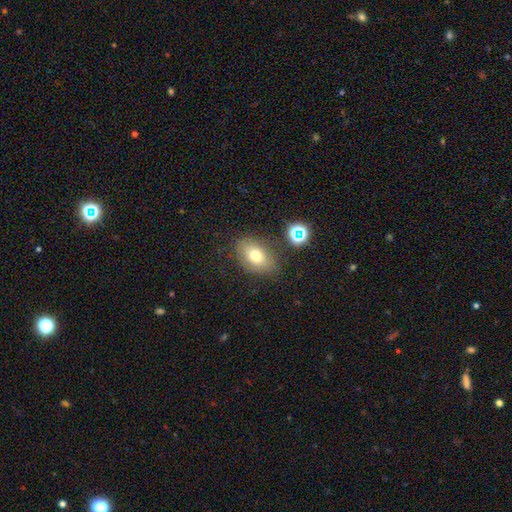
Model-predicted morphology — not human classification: smooth 72%, featured or disk 16%, star or artifact 12%. Down the decision tree: how rounded — in between (83%); merging — none (76%).